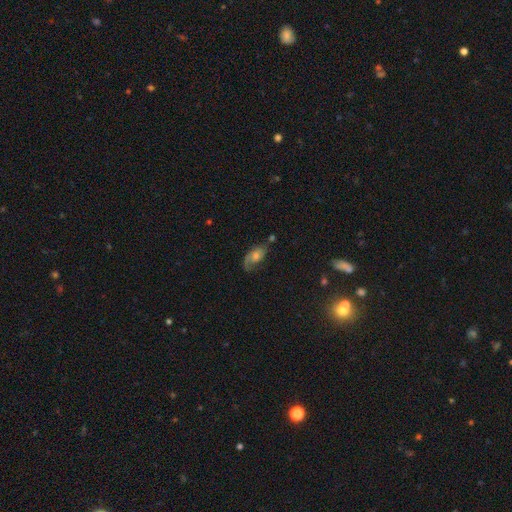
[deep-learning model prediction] This appears to be a featured or disk galaxy (66%) with no bar (69%), 2 (49%) medium (41%) spiral arms (89%) and a moderate central bulge (52%). Merging: none (61%).